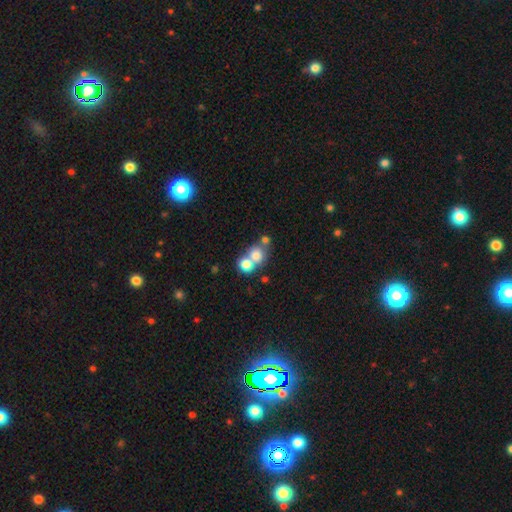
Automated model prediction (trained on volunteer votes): The model was most divided on "merging": merger: 55%, none: 35%, minor disturbance: 6%, major disturbance: 4%. More confident: smooth or featured — smooth (74%); how rounded — round (73%).